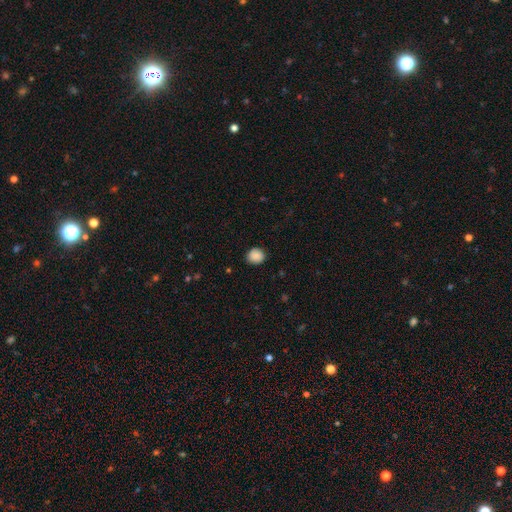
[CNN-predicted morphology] This is clearly a smooth galaxy (88%). How rounded: clearly round (82%). Merging: clearly none (86%).